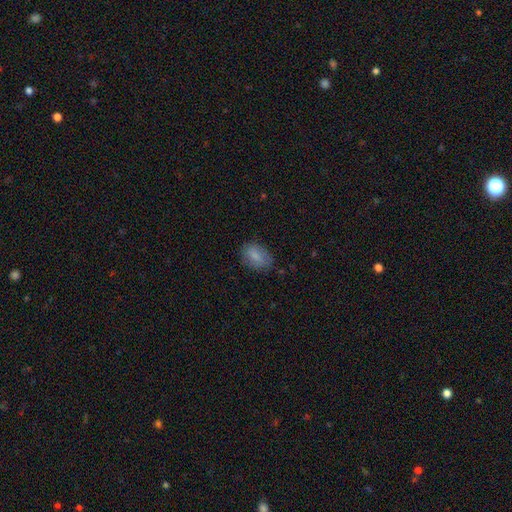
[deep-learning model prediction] A smooth galaxy with no disk features (81%) that is in between round and cigar-shaped (79%).

Vote fractions:
- Smooth or featured? smooth: 81% / featured or disk: 11% / star or artifact: 7%
- How rounded? in between: 79% / round: 19% / cigar-shaped: 2%
- Merging? none: 77% / minor disturbance: 18% / major disturbance: 4% / merger: 1%